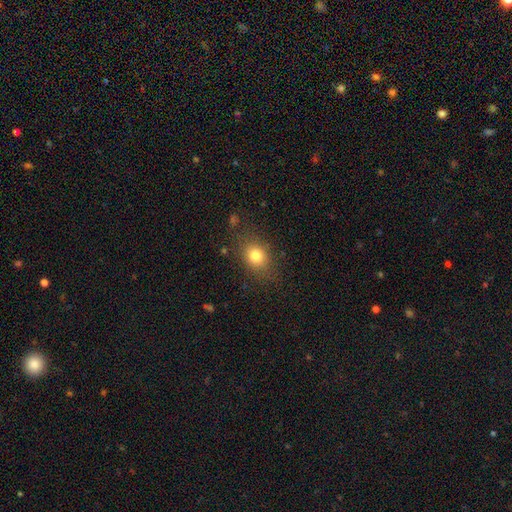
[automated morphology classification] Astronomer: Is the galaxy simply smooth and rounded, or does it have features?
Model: smooth — 79%.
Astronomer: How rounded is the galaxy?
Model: in between — 50% (runner-up: round, 48%).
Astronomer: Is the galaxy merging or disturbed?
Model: none — 79%.